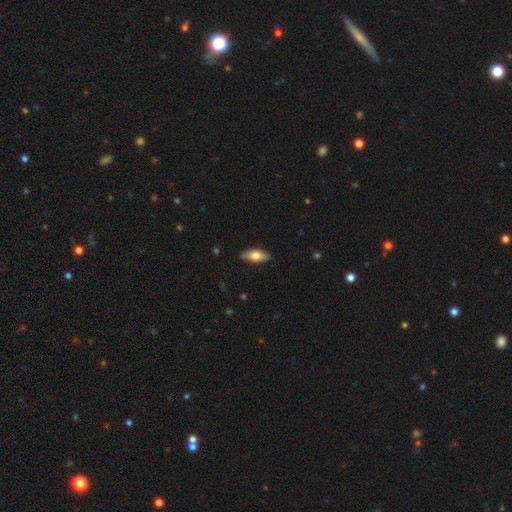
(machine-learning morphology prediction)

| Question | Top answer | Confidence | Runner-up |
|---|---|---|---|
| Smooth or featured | smooth | 66% | featured or disk (28%) |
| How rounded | in between | 77% | cigar-shaped (20%) |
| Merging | none | 87% | minor disturbance (10%) |